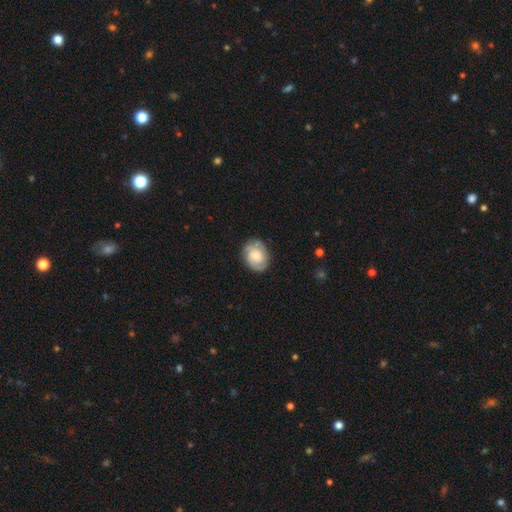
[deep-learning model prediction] Overall: featured or disk (65%; smooth 29%). Edge-on disk: no (97%). Bar: no (65%; weak 30%). Spiral arms: yes (91%). Spiral arm count: 2 (59%; can't tell 19%). Spiral winding: tight (59%; medium 32%). Bulge size: moderate (48%; small 40%). Merging: none (80%).